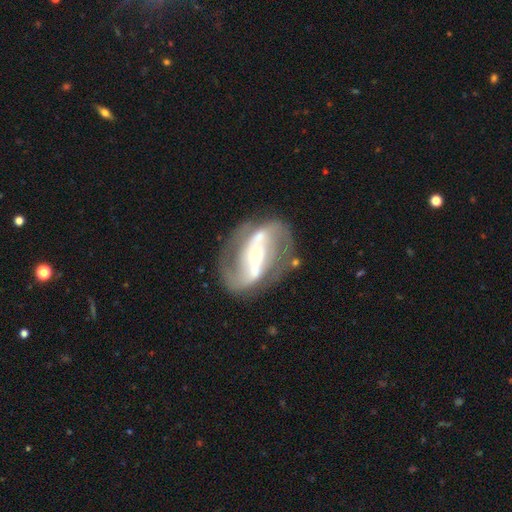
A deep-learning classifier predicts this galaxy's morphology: A featured or disk galaxy (87%) with a strong bar (70%), 2 (90%) medium (46%) spiral arms (90%) and a small central bulge (56%).

Vote fractions:
- Smooth or featured? featured or disk: 87% / smooth: 8% / star or artifact: 5%
- Edge-on disk? no: 95% / yes: 5%
- Bar? strong: 70% / weak: 17% / no: 14%
- Spiral arms? yes: 90% / no: 10%
- Spiral winding? medium: 46% / loose: 29% / tight: 24%
- Spiral arm count? 2: 90% / can't tell: 4% / 1: 2% / 3: 2% / 4: 1% / more than 4: 1%
- Bulge size? small: 56% / moderate: 35% / large: 5% / dominant: 2% / none: 1%
- Merging? none: 72% / minor disturbance: 14% / major disturbance: 9% / merger: 4%